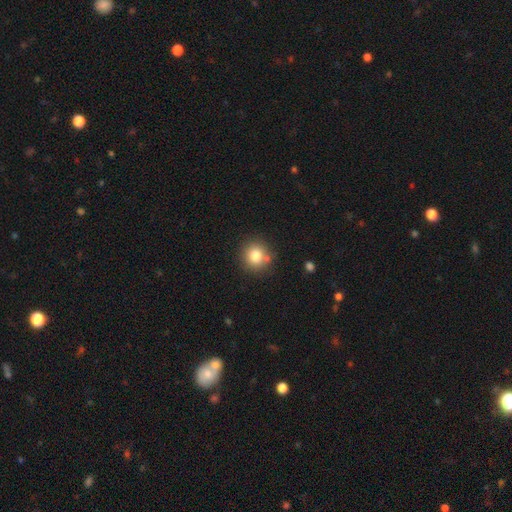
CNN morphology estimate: smooth_or_featured: smooth (p=0.80) [alt: star or artifact p=0.11]
how_rounded: round (p=0.92) [alt: in between p=0.08]
merging: none (p=0.81) [alt: minor disturbance p=0.10]